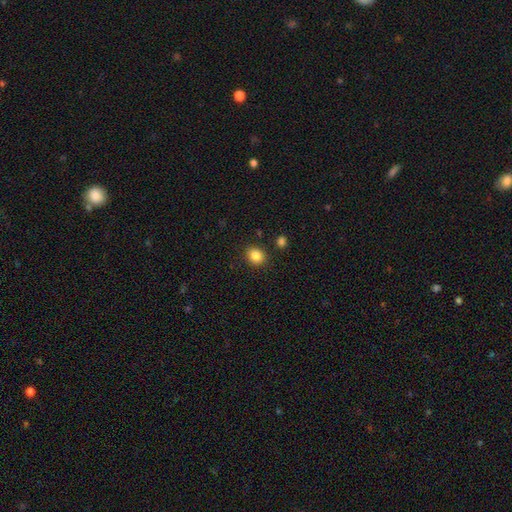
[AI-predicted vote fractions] The model was most divided on "how rounded": round: 67%, in between: 32%, cigar-shaped: 1%. More confident: merging — none (88%); smooth or featured — smooth (85%).